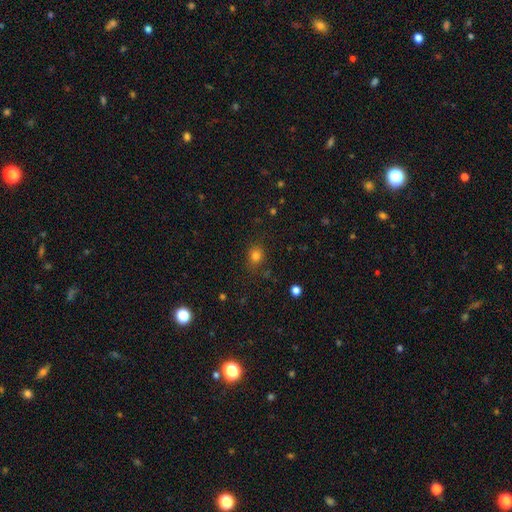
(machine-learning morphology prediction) Q: Smooth or featured?
A: smooth (78%); runner-up: star or artifact (15%)
Q: How rounded?
A: round (65%); runner-up: in between (34%)
Q: Merging?
A: none (79%); runner-up: minor disturbance (14%)